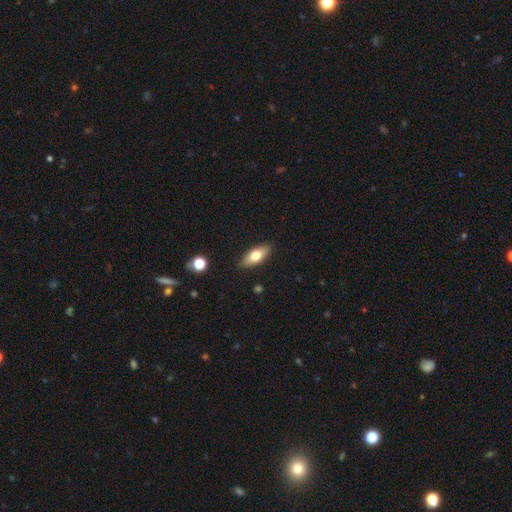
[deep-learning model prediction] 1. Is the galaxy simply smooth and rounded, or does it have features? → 70% smooth, 23% featured or disk, 7% star or artifact.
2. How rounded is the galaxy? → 80% in between, 17% cigar-shaped, 3% round.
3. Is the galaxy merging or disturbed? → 88% none, 9% minor disturbance, 2% major disturbance, 1% merger.